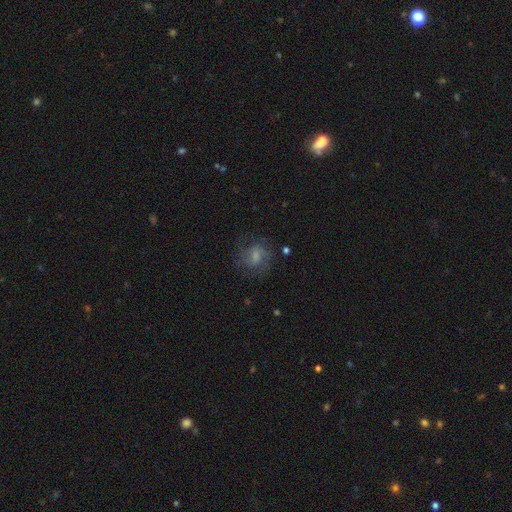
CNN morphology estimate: Smooth or featured?
  - featured or disk: 46% *
  - smooth: 43%
  - star or artifact: 11%
Merging?
  - none: 63% *
  - minor disturbance: 19%
  - major disturbance: 15%
  - merger: 2%